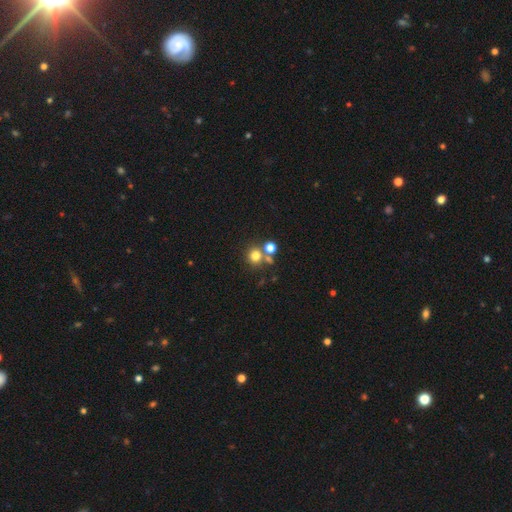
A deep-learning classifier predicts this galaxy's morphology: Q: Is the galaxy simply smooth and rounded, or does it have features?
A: smooth — 76%.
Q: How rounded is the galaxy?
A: round — 88%.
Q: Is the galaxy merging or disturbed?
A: none — 62%.